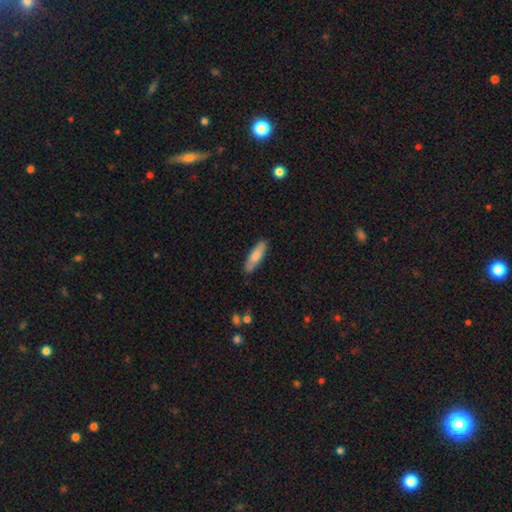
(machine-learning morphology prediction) Smooth or featured: smooth — 76% (featured or disk — 18%)
How rounded: cigar-shaped — 60% (in between — 38%)
Merging: none — 86% (minor disturbance — 11%)